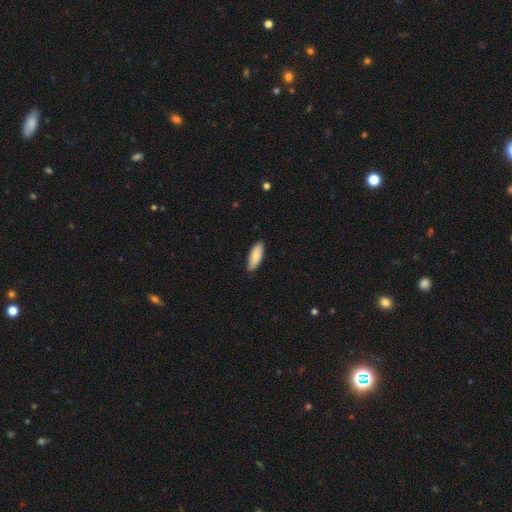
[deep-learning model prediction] This is likely a smooth galaxy (79%). How rounded: likely in between (69%). Merging: clearly none (85%).